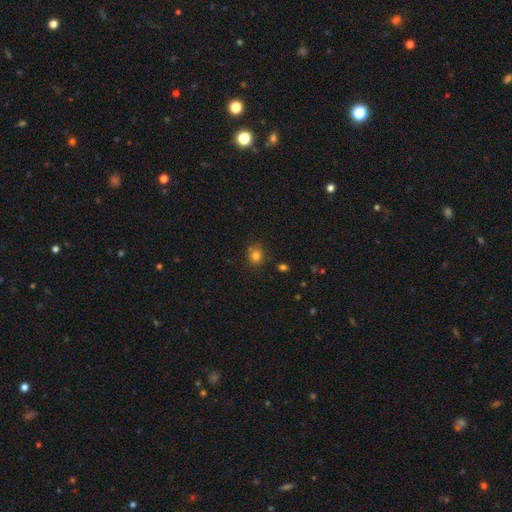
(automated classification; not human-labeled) This is clearly a smooth galaxy (80%). How rounded: likely round (76%). Merging: clearly none (81%).